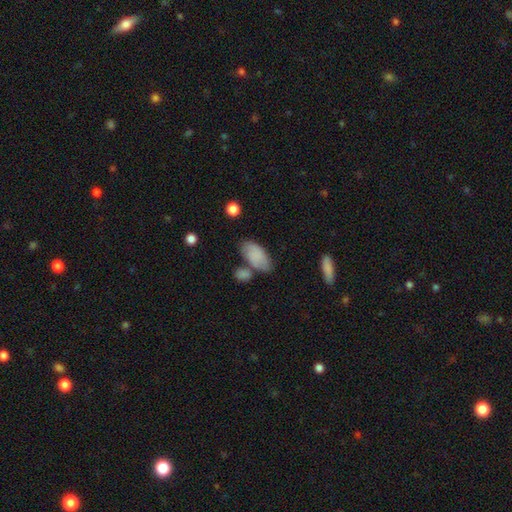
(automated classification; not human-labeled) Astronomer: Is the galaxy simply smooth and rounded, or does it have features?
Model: smooth — 79%.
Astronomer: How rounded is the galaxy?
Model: in between — 93%.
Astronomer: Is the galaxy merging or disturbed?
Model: none — 56%.